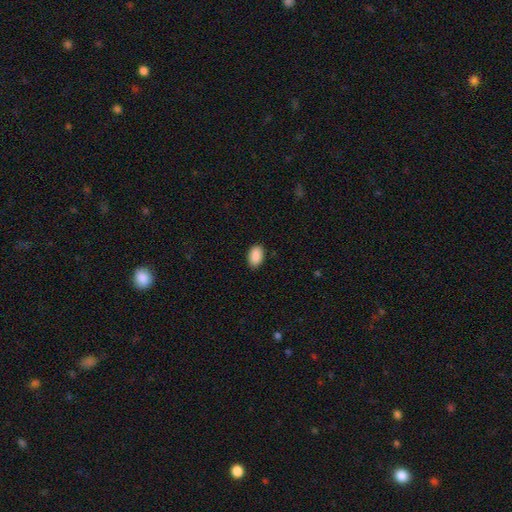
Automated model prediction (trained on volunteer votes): Smooth or featured? Predicted: smooth (p=0.91). How rounded? Predicted: in between (p=0.92). Merging? Predicted: none (p=0.88).